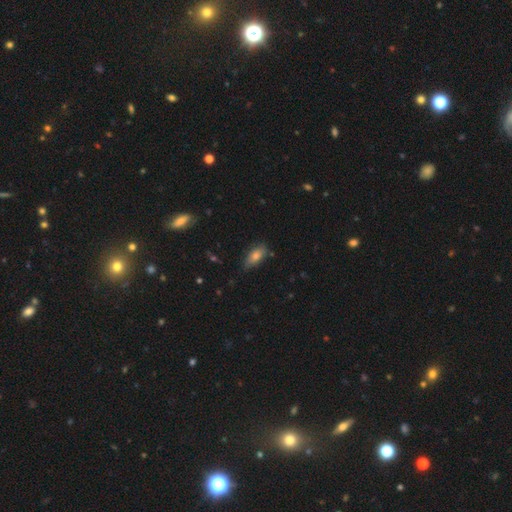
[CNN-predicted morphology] Overall: smooth (75%). How rounded: in between (83%). Merging: none (73%).